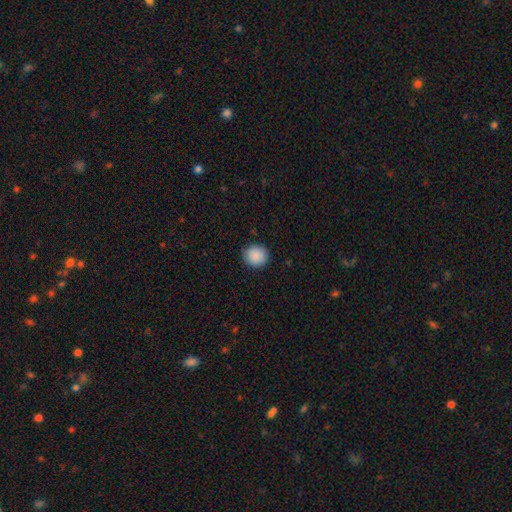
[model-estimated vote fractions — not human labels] Overall: smooth (90%). How rounded: round (86%). Merging: none (90%).